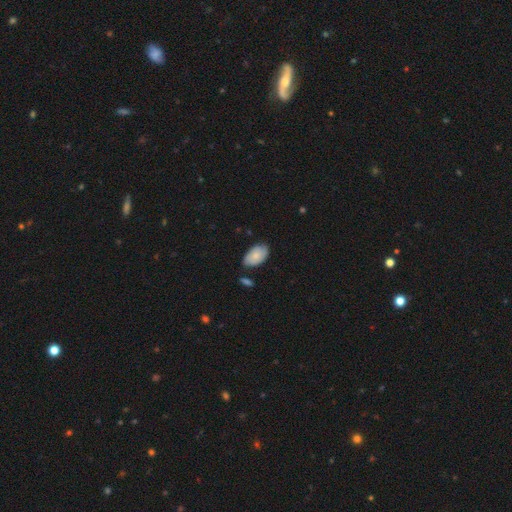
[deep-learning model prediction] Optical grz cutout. It shows a smooth galaxy with no disk features (78%) that is in between round and cigar-shaped (94%). Merging: none (71%).